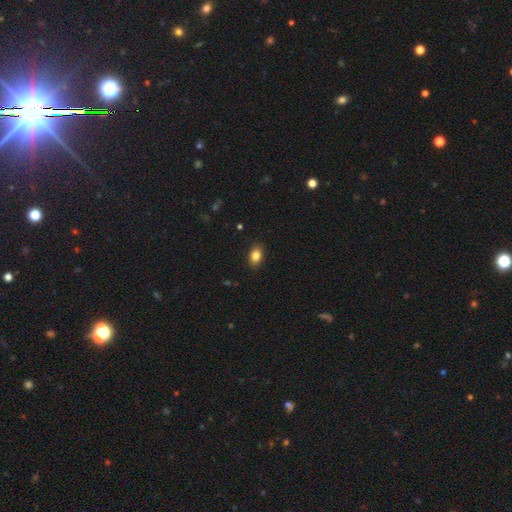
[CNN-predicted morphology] Smooth or featured?
  - smooth: 84% *
  - star or artifact: 9%
  - featured or disk: 7%
How rounded?
  - in between: 80% *
  - round: 18%
  - cigar-shaped: 2%
Merging?
  - none: 88% *
  - minor disturbance: 9%
  - major disturbance: 2%
  - merger: 1%